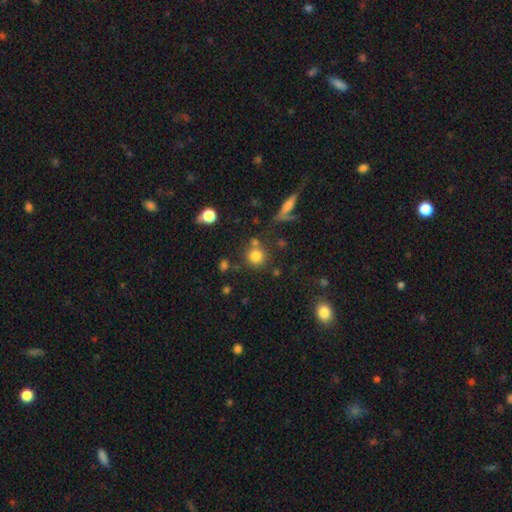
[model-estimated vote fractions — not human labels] This appears to be a smooth galaxy with no disk features (79%) that is round (89%). Merging: none (71%).